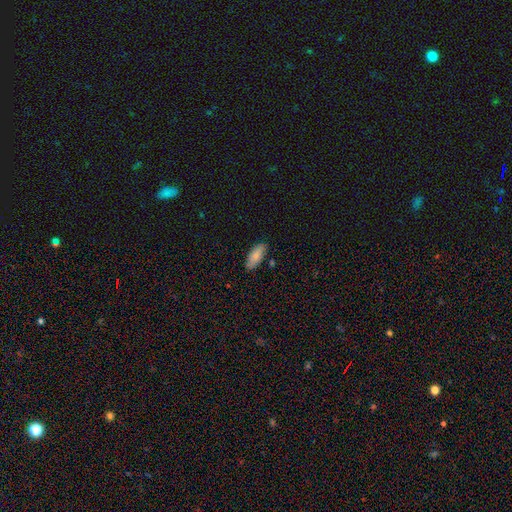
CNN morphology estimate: Smooth or featured? smooth (80%)
How rounded? in between (83%)
Merging? none (80%)